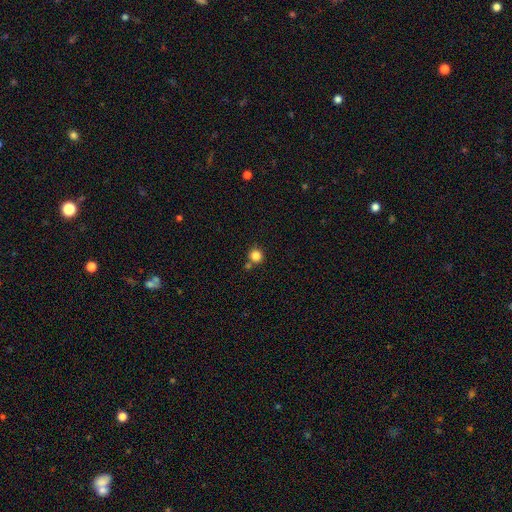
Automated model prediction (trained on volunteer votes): Smooth or featured? Predicted: smooth (p=0.84). How rounded? Predicted: round (p=0.93). Merging? Predicted: none (p=0.73).